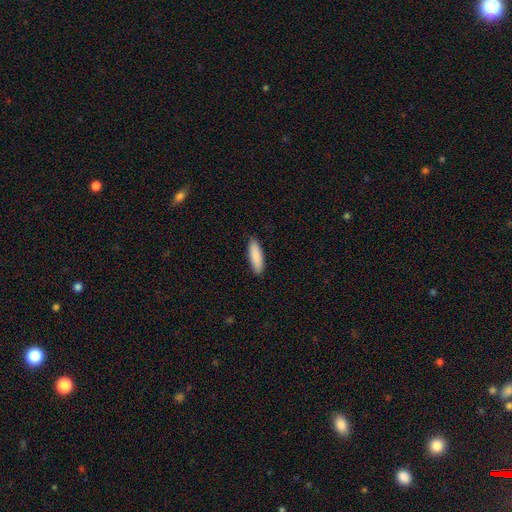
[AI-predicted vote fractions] Overall: smooth (88%). How rounded: cigar-shaped (55%; in between 44%). Merging: none (88%).